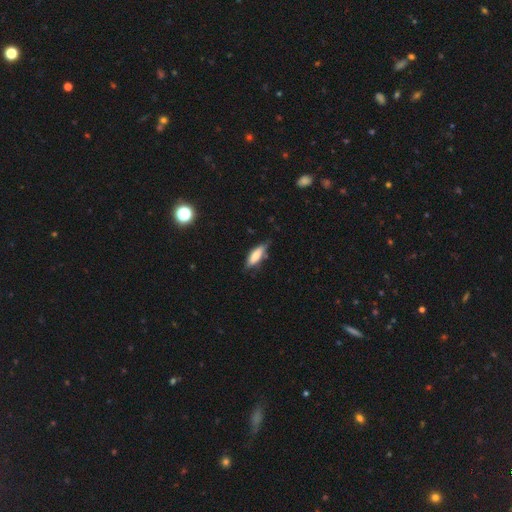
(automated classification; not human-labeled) A smooth galaxy with no disk features (72%) that is in between round and cigar-shaped (53%).

Vote fractions:
- Smooth or featured? smooth: 72% / featured or disk: 21% / star or artifact: 7%
- How rounded? in between: 53% / cigar-shaped: 45% / round: 2%
- Merging? none: 68% / minor disturbance: 25% / major disturbance: 4% / merger: 3%